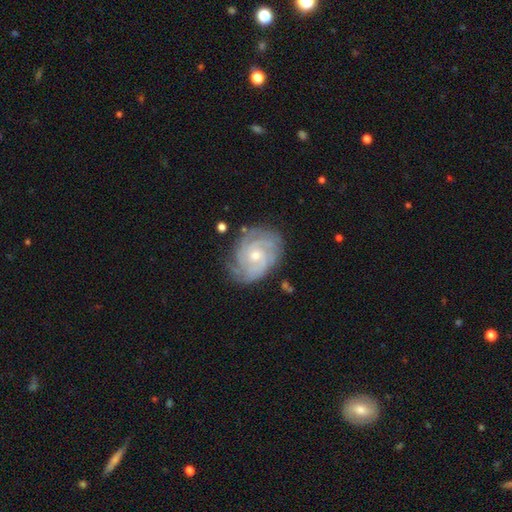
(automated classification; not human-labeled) A featured or disk galaxy (87%) with no bar (69%), can't tell (25%, tied with 3) tight (72%) spiral arms (97%) and a small central bulge (54%).

Vote fractions:
- Smooth or featured? featured or disk: 87% / smooth: 8% / star or artifact: 5%
- Edge-on disk? no: 98% / yes: 2%
- Bar? no: 69% / weak: 27% / strong: 4%
- Spiral arms? yes: 97% / no: 3%
- Spiral winding? tight: 72% / medium: 24% / loose: 4%
- Spiral arm count? can't tell: 25% (tied) / 3: 25% (tied) / 4: 23% / 2: 14% / more than 4: 7% / 1: 6%
- Bulge size? small: 54% / moderate: 42% / large: 2% / none: 1% / dominant: 1%
- Merging? none: 77% / minor disturbance: 16% / major disturbance: 5% / merger: 1%